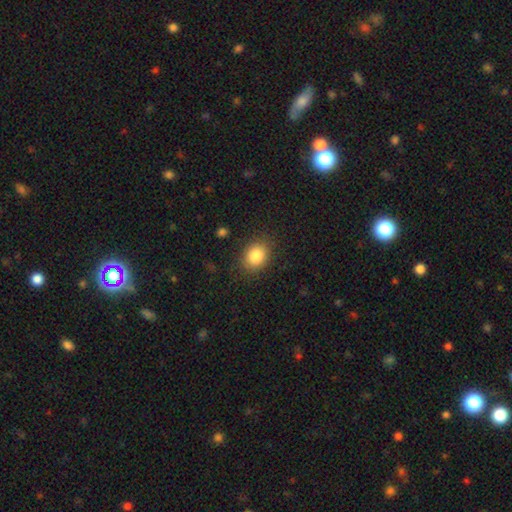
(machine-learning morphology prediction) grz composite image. It shows a smooth galaxy with no disk features (84%) that is round (51%). Merging: none (84%).